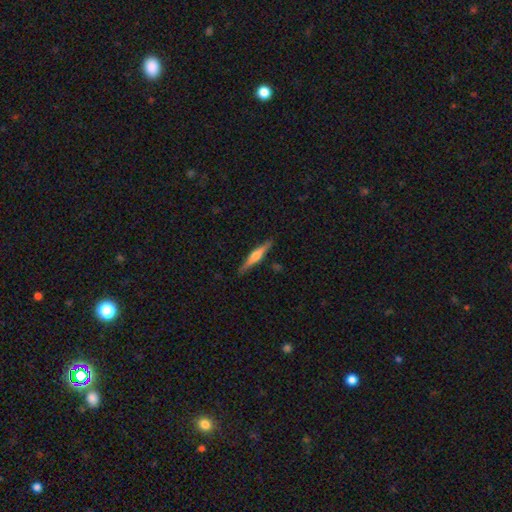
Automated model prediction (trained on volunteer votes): A featured or disk galaxy (59%) viewed edge-on (97%) with a rounded central bulge (77%). Merging: none (89%).